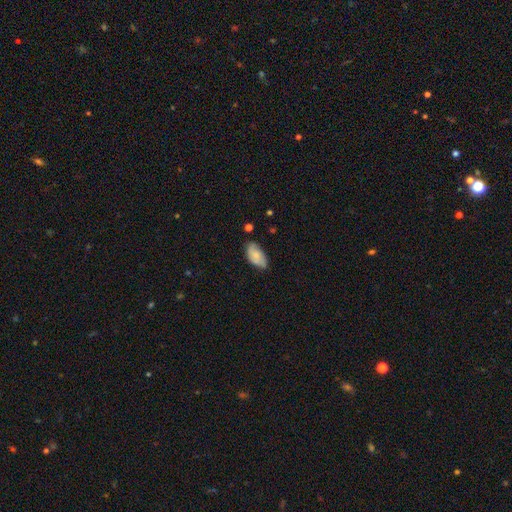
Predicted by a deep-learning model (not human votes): Morphology: type=smooth (72%); roundness=in between (94%); merging=none (62%).